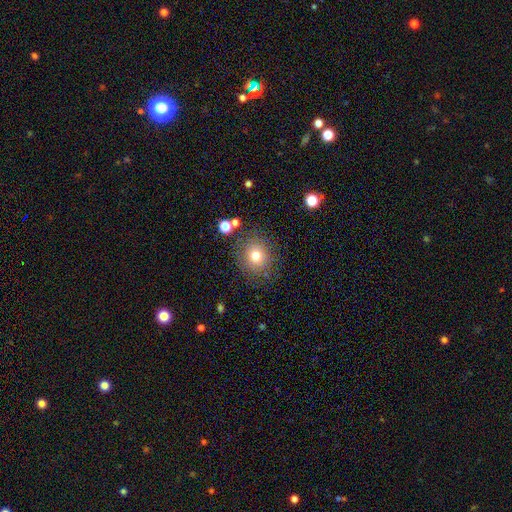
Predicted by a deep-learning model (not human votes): smooth_or_featured: smooth (p=0.75) [alt: star or artifact p=0.14]
how_rounded: round (p=0.85) [alt: in between p=0.14]
merging: none (p=0.81) [alt: minor disturbance p=0.11]